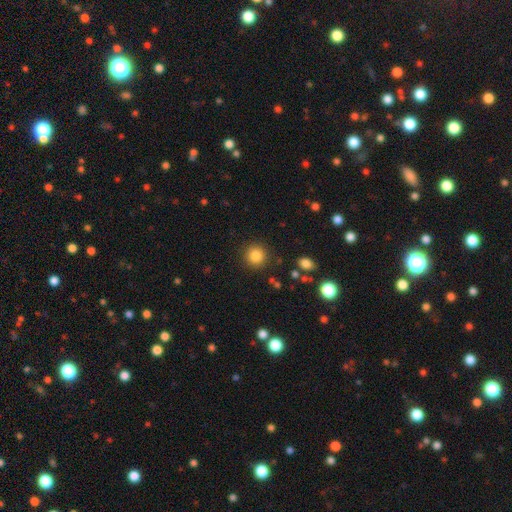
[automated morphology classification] Q: Smooth or featured?
A: smooth (84%); runner-up: star or artifact (11%)
Q: How rounded?
A: round (93%); runner-up: in between (6%)
Q: Merging?
A: none (89%); runner-up: minor disturbance (6%)